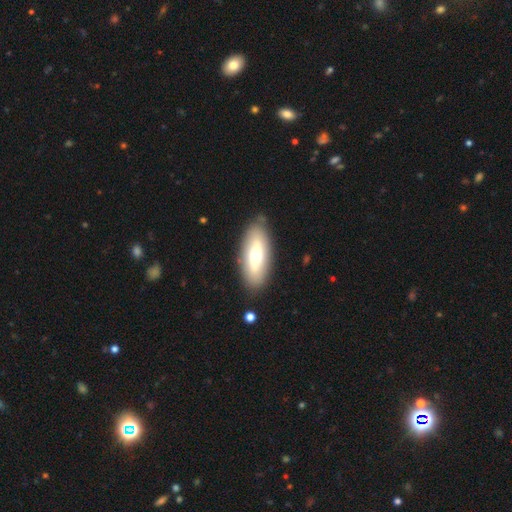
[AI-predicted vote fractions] This appears to be a smooth galaxy with no disk features (60%) that is in between round and cigar-shaped (77%). Merging: none (83%).